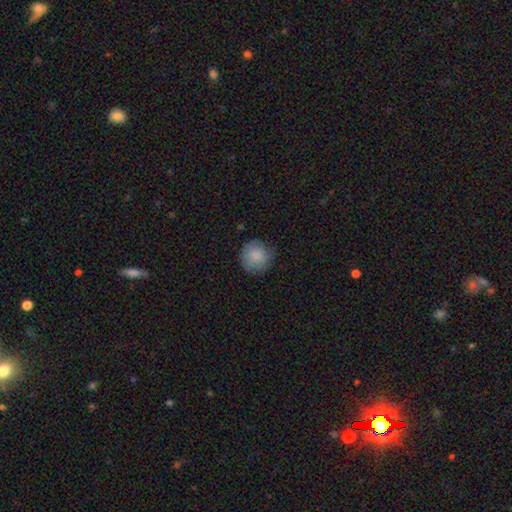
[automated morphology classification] Smooth or featured: smooth — 85% (featured or disk — 7%)
How rounded: round — 93% (in between — 6%)
Merging: none — 81% (minor disturbance — 14%)